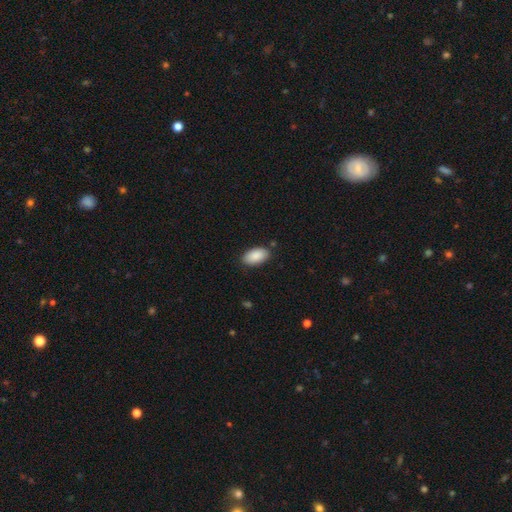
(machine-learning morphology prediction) This appears to be a smooth galaxy with no disk features (90%) that is in between round and cigar-shaped (95%). Merging: none (84%).